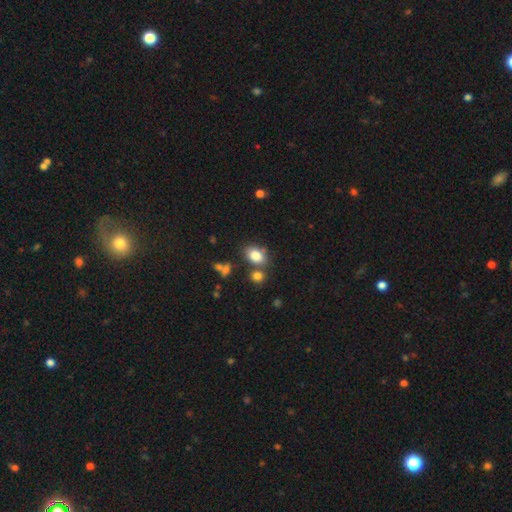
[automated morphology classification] A smooth galaxy with no disk features (83%) that is in between round and cigar-shaped (76%). Merging: none (63%).